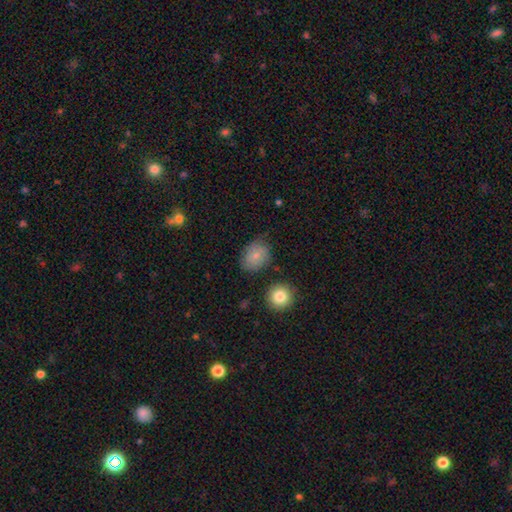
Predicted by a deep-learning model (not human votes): Overall: smooth (76%). How rounded: in between (61%; round 38%). Merging: none (72%).